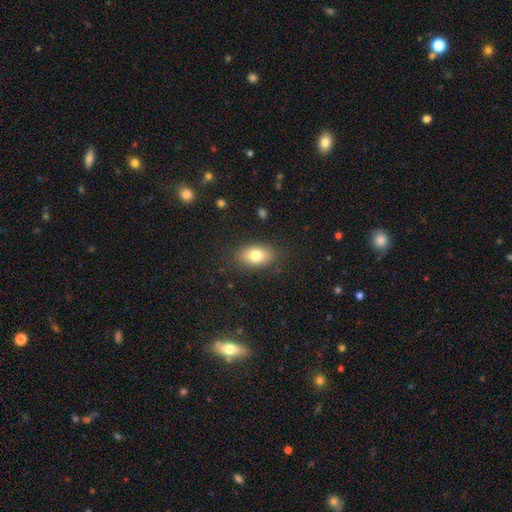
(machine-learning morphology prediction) Overall: smooth (78%). How rounded: in between (87%). Merging: none (86%).